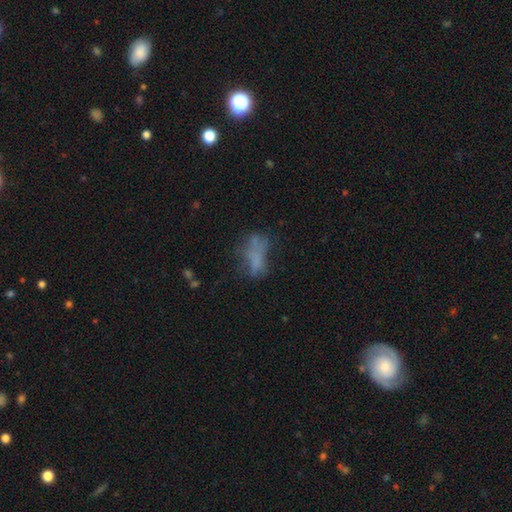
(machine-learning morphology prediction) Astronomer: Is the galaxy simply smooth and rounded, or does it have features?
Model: smooth — 47% (runner-up: featured or disk, 35%).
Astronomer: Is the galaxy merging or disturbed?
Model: none — 36% (runner-up: major disturbance, 31%).